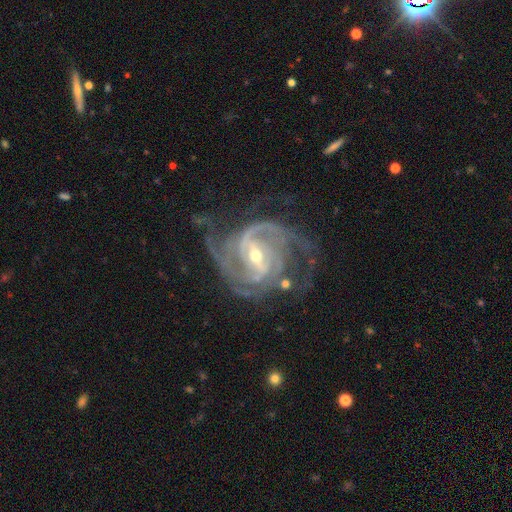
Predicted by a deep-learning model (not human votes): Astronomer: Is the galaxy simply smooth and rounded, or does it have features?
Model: featured or disk — 92%.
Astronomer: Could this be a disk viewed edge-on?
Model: no — 97%.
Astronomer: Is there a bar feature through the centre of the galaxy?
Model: strong — 49% (runner-up: weak, 40%).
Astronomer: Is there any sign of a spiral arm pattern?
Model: yes — 98%.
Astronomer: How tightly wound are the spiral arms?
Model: medium — 48% (runner-up: tight, 41%).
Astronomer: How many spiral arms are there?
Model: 2 — 38% (runner-up: 3, 27%).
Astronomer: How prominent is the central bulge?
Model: small — 51% (runner-up: moderate, 45%).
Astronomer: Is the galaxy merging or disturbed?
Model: none — 61%.